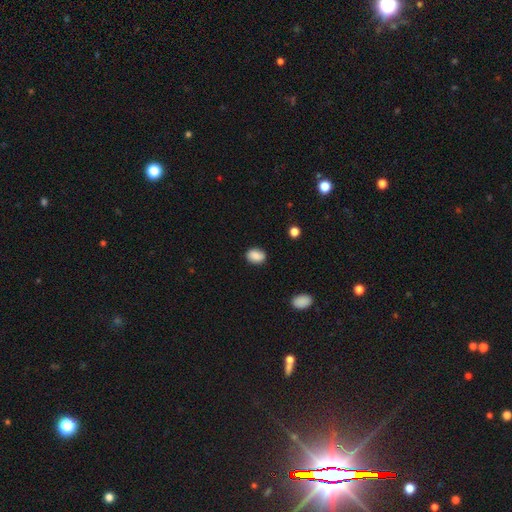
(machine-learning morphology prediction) A smooth galaxy with no disk features (86%) that is in between round and cigar-shaped (71%). Merging: none (84%).